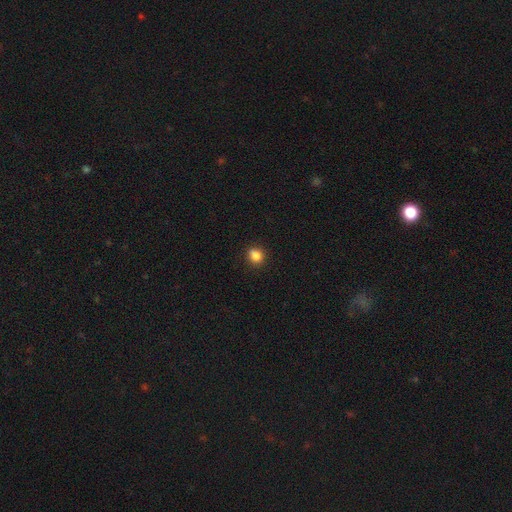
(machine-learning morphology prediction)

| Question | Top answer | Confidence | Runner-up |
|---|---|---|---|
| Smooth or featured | smooth | 86% | star or artifact (11%) |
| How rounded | round | 64% | in between (34%) |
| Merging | none | 86% | minor disturbance (10%) |